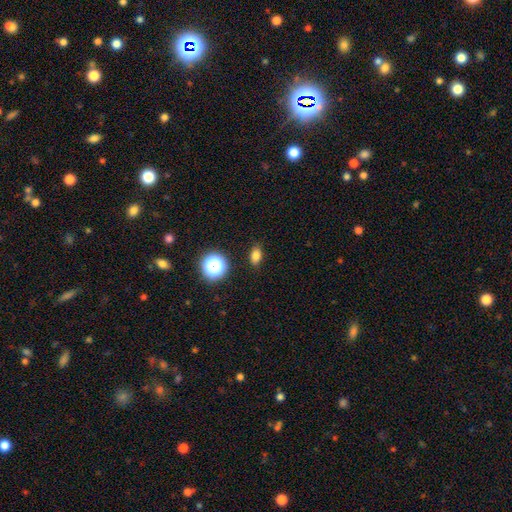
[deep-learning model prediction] Smooth or featured? smooth (79%)
How rounded? in between (77%)
Merging? none (87%)